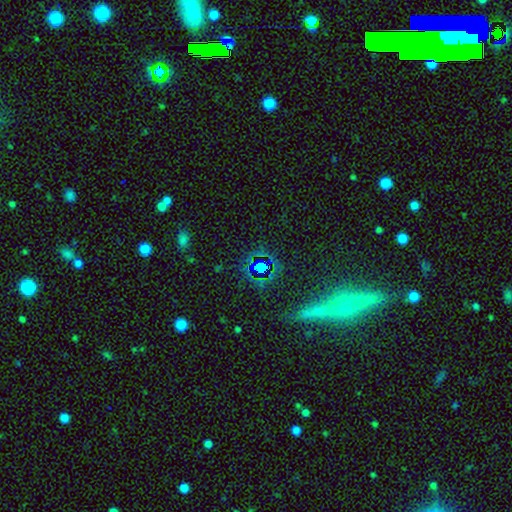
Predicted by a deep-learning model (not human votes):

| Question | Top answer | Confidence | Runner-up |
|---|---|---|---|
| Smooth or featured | star or artifact | 64% | smooth (22%) |